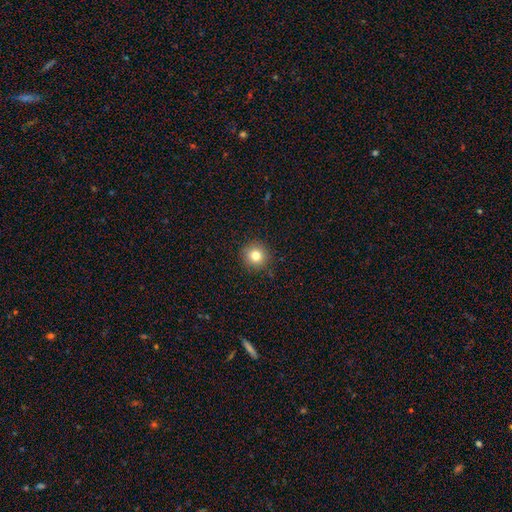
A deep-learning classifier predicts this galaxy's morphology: smooth 79%, star or artifact 12%, featured or disk 9%. Down the decision tree: how rounded — round (94%); merging — none (90%).